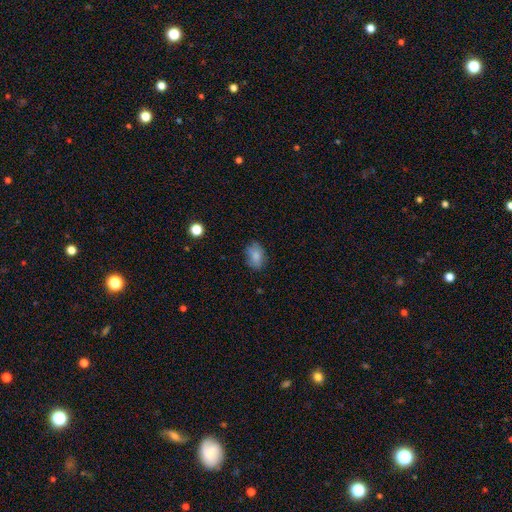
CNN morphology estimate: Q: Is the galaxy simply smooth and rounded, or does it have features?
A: smooth — 82%.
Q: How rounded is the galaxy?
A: in between — 79%.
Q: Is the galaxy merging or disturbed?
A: none — 76%.